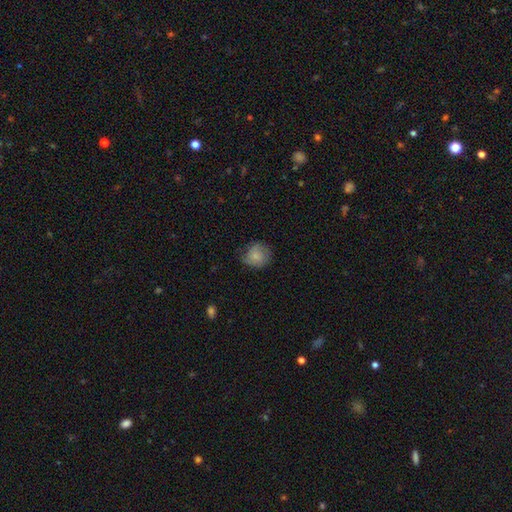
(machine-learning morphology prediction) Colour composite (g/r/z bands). It shows a smooth galaxy with no disk features (79%) that is round (80%). Merging: none (63%).